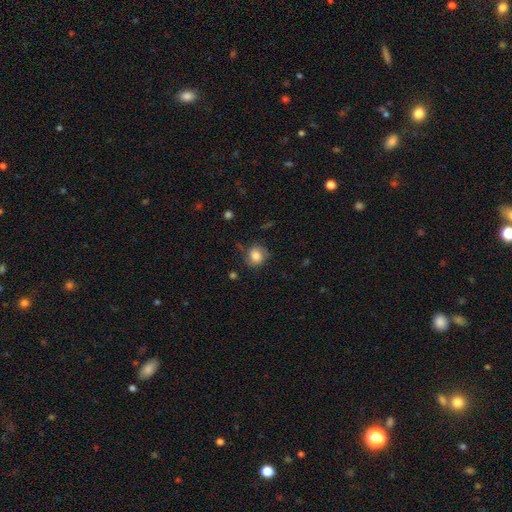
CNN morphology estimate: A smooth galaxy with no disk features (74%) that is round (77%).

Vote fractions:
- Smooth or featured? smooth: 74% / featured or disk: 17% / star or artifact: 9%
- How rounded? round: 77% / in between: 22% / cigar-shaped: 1%
- Merging? none: 69% / minor disturbance: 21% / major disturbance: 7% / merger: 2%